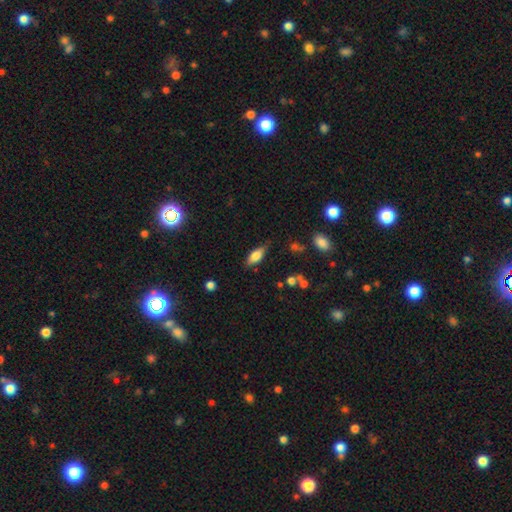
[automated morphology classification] smooth-or-featured: smooth: 74% | featured or disk: 18% | star or artifact: 8%
  how-rounded: in between: 80% | cigar-shaped: 17% | round: 3%
  merging: none: 76% | minor disturbance: 18% | major disturbance: 4% | merger: 2%